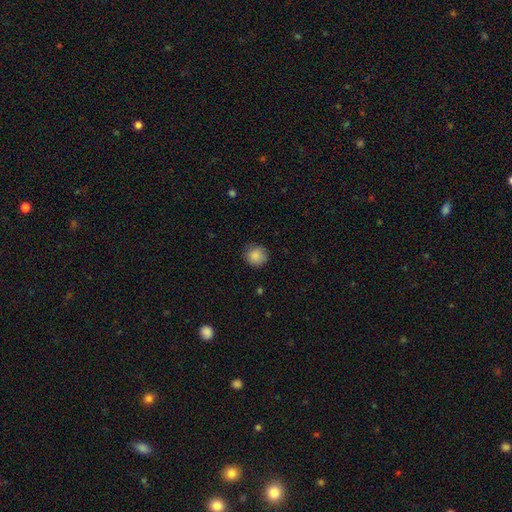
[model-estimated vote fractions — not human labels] Morphology: type=smooth (87%); roundness=round (91%); merging=none (84%).